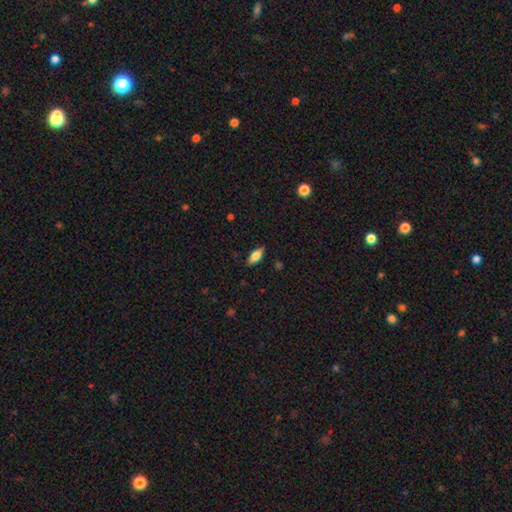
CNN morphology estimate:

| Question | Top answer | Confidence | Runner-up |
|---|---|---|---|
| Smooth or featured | smooth | 66% | featured or disk (27%) |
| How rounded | in between | 78% | cigar-shaped (19%) |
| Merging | none | 87% | minor disturbance (10%) |